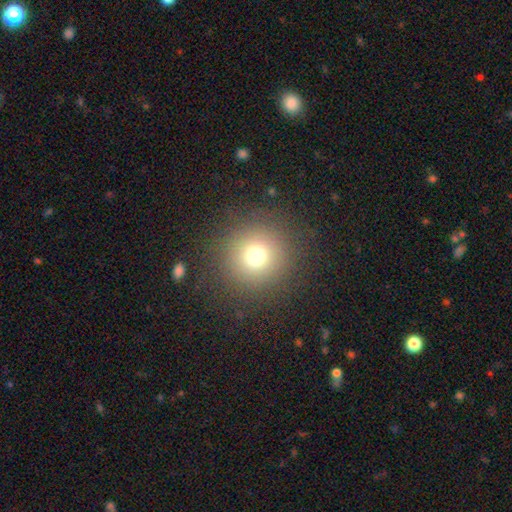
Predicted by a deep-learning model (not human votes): A smooth galaxy with no disk features (73%) that is round (95%).

Vote fractions:
- Smooth or featured? smooth: 73% / star or artifact: 18% / featured or disk: 9%
- How rounded? round: 95% / in between: 4% / cigar-shaped: 1%
- Merging? none: 87% / minor disturbance: 7% / major disturbance: 5% / merger: 1%